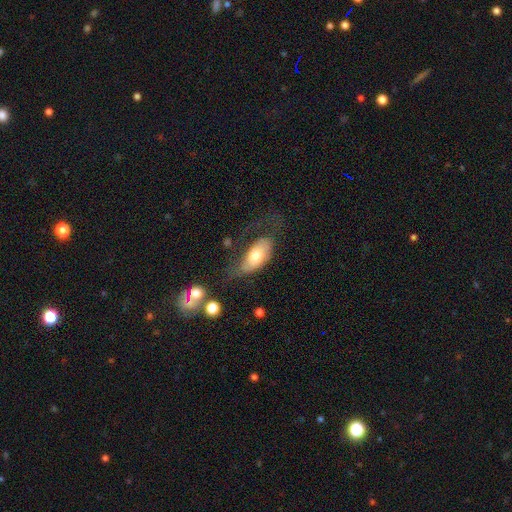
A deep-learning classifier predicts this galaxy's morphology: smooth_or_featured: smooth (p=0.66) [alt: featured or disk p=0.27]
how_rounded: in between (p=0.90) [alt: cigar-shaped p=0.07]
merging: major disturbance (p=0.35) [alt: none p=0.33]